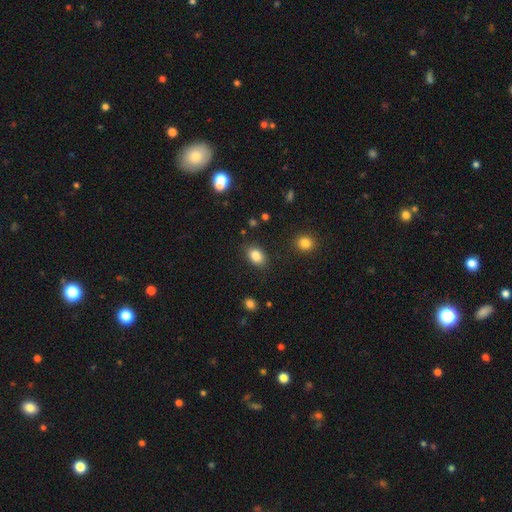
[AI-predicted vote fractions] Smooth or featured?
  - smooth: 85% *
  - star or artifact: 9%
  - featured or disk: 6%
How rounded?
  - in between: 78% *
  - round: 21%
  - cigar-shaped: 1%
Merging?
  - none: 85% *
  - minor disturbance: 10%
  - major disturbance: 3%
  - merger: 2%